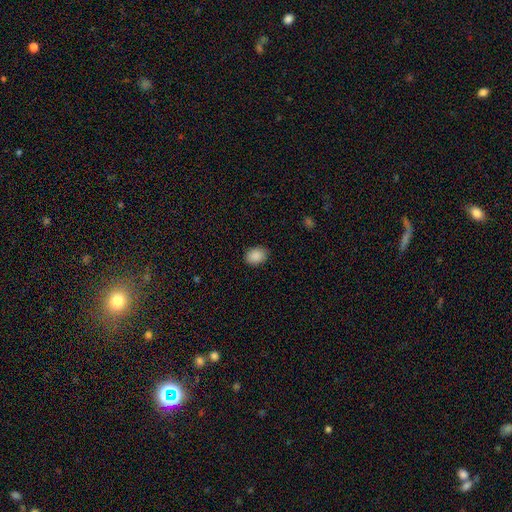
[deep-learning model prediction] A smooth galaxy with no disk features (89%) that is in between round and cigar-shaped (67%).

Vote fractions:
- Smooth or featured? smooth: 89% / star or artifact: 8% / featured or disk: 3%
- How rounded? in between: 67% / round: 32% / cigar-shaped: 1%
- Merging? none: 87% / minor disturbance: 10% / major disturbance: 2% / merger: 1%